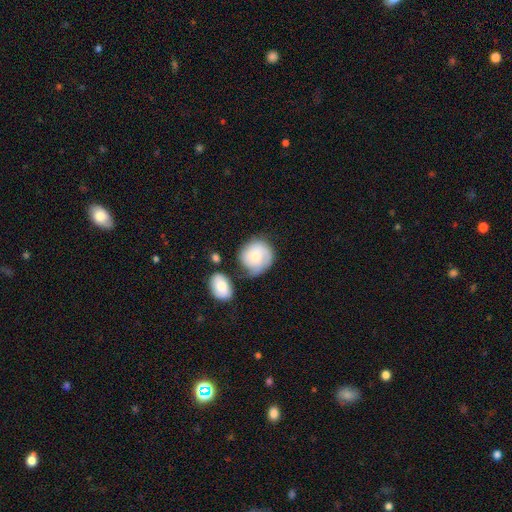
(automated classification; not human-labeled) Smooth or featured? smooth (54%)
How rounded? round (81%)
Merging? none (49%)